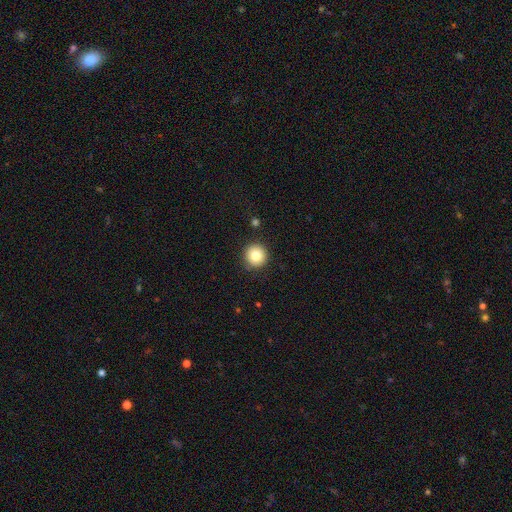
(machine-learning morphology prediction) A smooth galaxy with no disk features (81%) that is round (95%).

Vote fractions:
- Smooth or featured? smooth: 81% / star or artifact: 10% / featured or disk: 9%
- How rounded? round: 95% / in between: 4% / cigar-shaped: 1%
- Merging? none: 90% / minor disturbance: 7% / major disturbance: 2% / merger: 1%